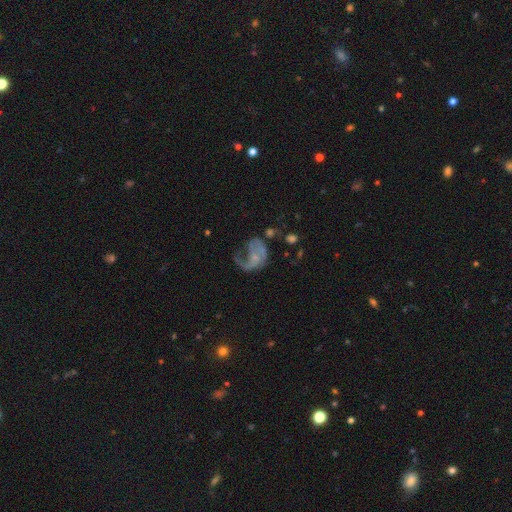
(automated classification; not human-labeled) Smooth or featured?
  - featured or disk: 69% *
  - smooth: 21%
  - star or artifact: 10%
Edge-on disk?
  - no: 98% *
  - yes: 2%
Bar?
  - no: 73% *
  - weak: 23%
  - strong: 5%
Spiral arms?
  - yes: 73% *
  - no: 27%
Bulge size?
  - small: 60% *
  - none: 24%
  - moderate: 14%
  - large: 2%
  - dominant: 1%
Merging?
  - major disturbance: 47% *
  - none: 29%
  - minor disturbance: 18%
  - merger: 6%